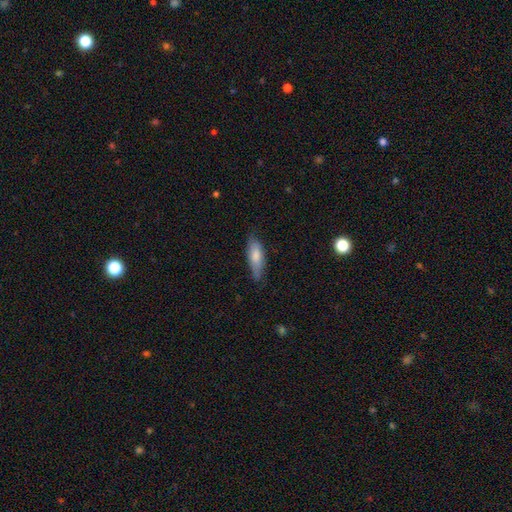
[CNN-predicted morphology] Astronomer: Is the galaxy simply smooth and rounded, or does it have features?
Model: smooth — 75%.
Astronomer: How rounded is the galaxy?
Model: in between — 60% (runner-up: cigar-shaped, 38%).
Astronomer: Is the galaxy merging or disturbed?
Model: none — 66%.